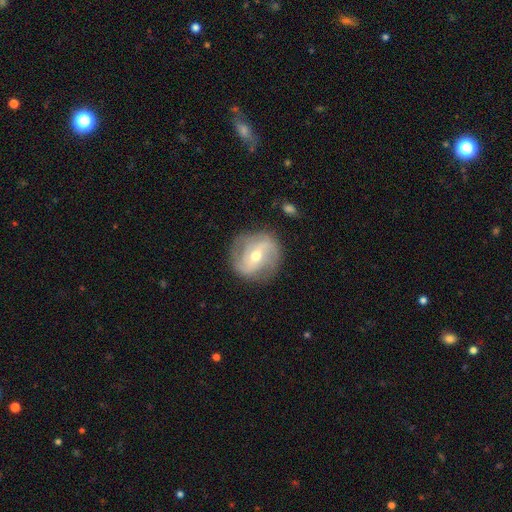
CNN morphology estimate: smooth_or_featured: featured or disk (p=0.78) [alt: smooth p=0.16]
disk_edge_on: no (p=0.96) [alt: yes p=0.04]
bar: weak (p=0.43) [alt: strong p=0.29]
has_spiral_arms: yes (p=0.89) [alt: no p=0.11]
spiral_winding: medium (p=0.42) [alt: loose p=0.30]
spiral_arm_count: 2 (p=0.69) [alt: can't tell p=0.13]
bulge_size: moderate (p=0.56) [alt: small p=0.40]
merging: none (p=0.78) [alt: minor disturbance p=0.14]